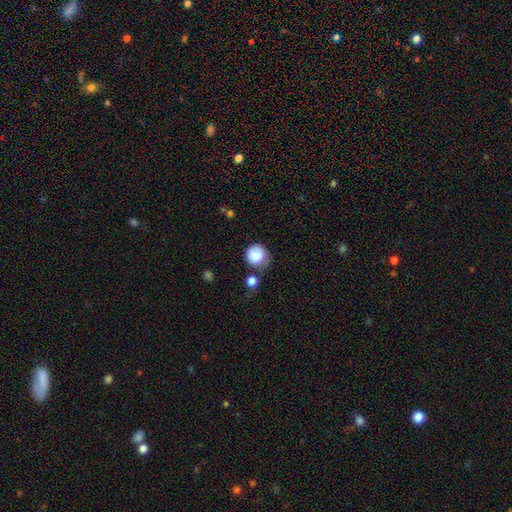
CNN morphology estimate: Smooth or featured? Predicted: smooth (p=0.82). How rounded? Predicted: round (p=0.91). Merging? Predicted: none (p=0.54).